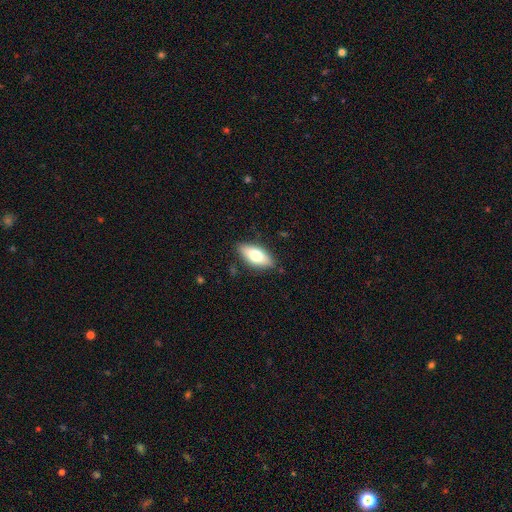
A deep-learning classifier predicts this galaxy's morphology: This is likely a smooth galaxy (69%). How rounded: clearly in between (83%). Merging: clearly none (84%).